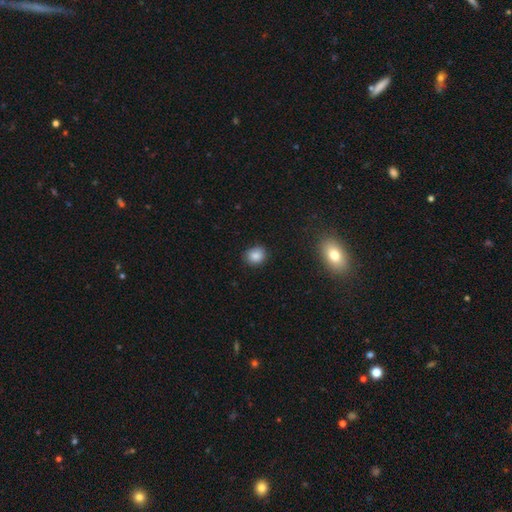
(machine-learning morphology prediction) smooth-or-featured: smooth: 85% | star or artifact: 10% | featured or disk: 5%
  how-rounded: round: 72% | in between: 27% | cigar-shaped: 1%
  merging: none: 86% | minor disturbance: 11% | major disturbance: 2% | merger: 1%